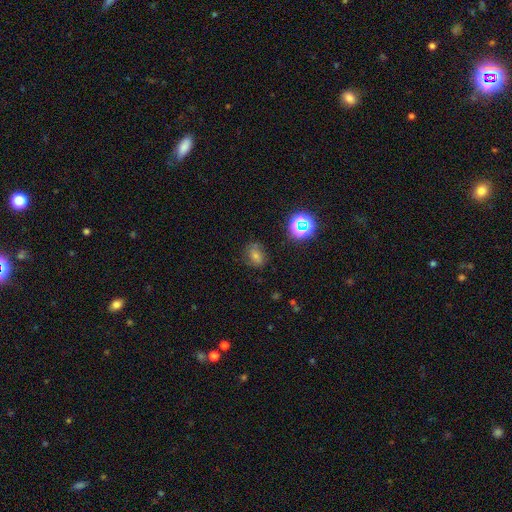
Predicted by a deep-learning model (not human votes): A smooth galaxy with no disk features (60%) that is in between round and cigar-shaped (50%). Merging: none (78%).